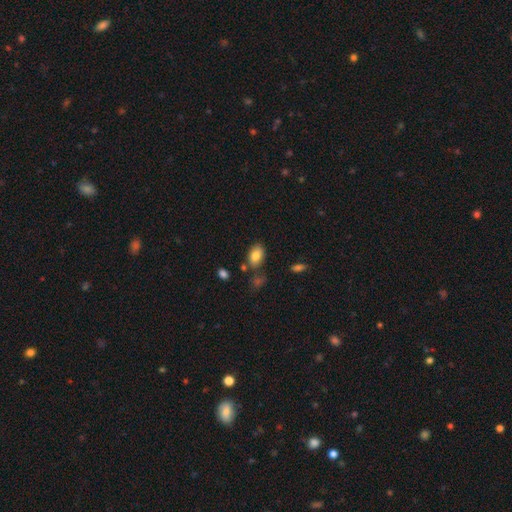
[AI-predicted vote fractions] A smooth galaxy with no disk features (82%) that is in between round and cigar-shaped (88%). Merging: none (73%).